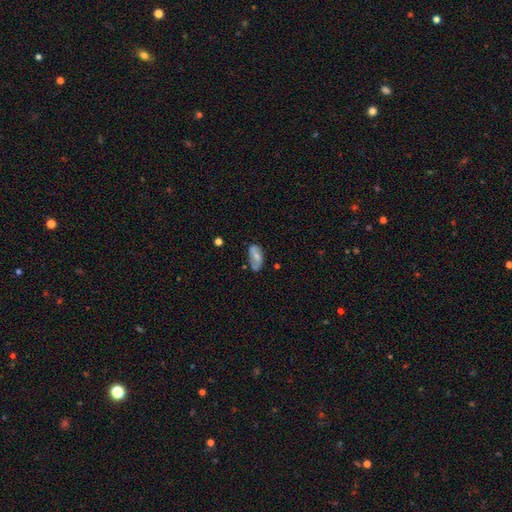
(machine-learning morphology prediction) smooth 55%, featured or disk 38%, star or artifact 8%. Down the decision tree: how rounded — in between (90%); merging — none (60%).